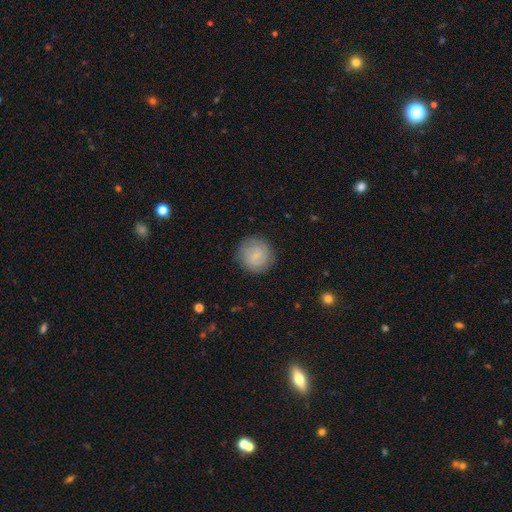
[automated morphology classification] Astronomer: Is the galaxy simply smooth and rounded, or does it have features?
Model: smooth — 52% (runner-up: featured or disk, 40%).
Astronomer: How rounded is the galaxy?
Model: round — 92%.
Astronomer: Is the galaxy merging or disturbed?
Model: none — 86%.